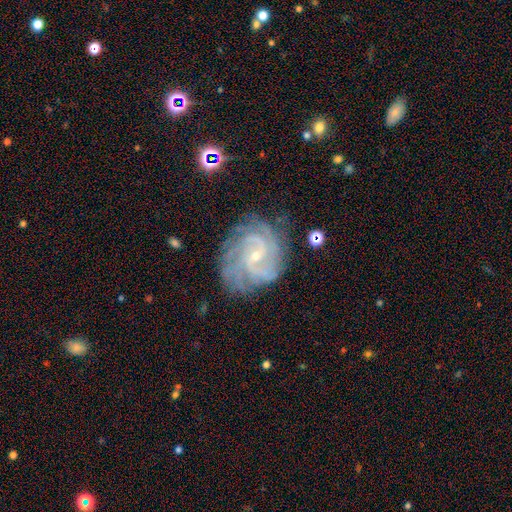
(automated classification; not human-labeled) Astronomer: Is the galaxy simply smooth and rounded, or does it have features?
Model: featured or disk — 89%.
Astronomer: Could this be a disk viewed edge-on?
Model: no — 98%.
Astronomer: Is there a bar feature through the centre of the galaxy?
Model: no — 47% (runner-up: weak, 41%).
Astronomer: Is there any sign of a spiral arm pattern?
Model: yes — 98%.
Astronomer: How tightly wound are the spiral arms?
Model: tight — 64%.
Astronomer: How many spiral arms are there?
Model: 4 — 24% (runner-up: can't tell, 21%).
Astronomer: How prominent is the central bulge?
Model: small — 81%.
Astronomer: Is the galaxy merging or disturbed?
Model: none — 76%.